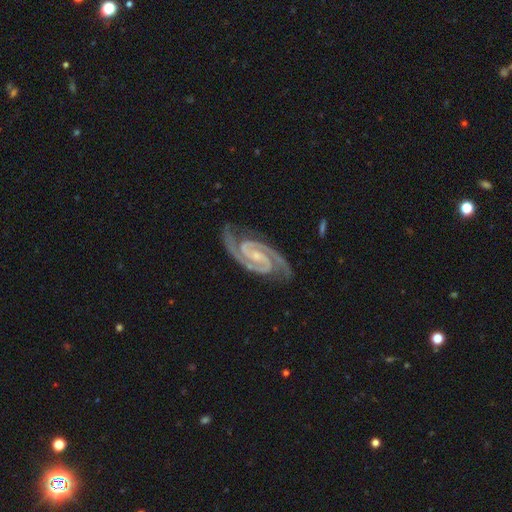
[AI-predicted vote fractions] Overall: featured or disk (95%). Edge-on disk: no (98%). Bar: weak (40%; no 35%). Spiral arms: yes (99%). Spiral arm count: 2 (92%). Spiral winding: tight (53%; medium 42%). Bulge size: small (73%). Merging: none (82%).